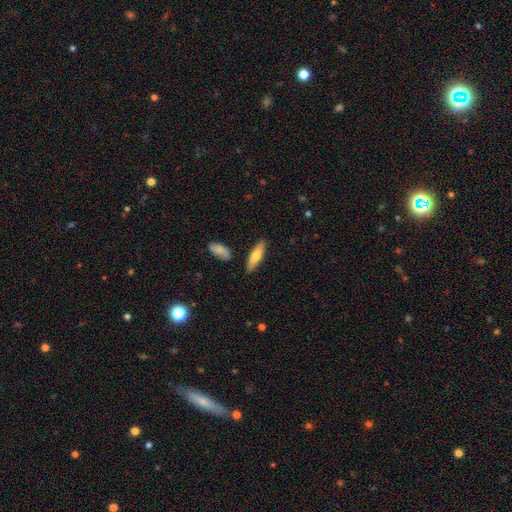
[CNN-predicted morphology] smooth 67%, featured or disk 27%, star or artifact 6%. Down the decision tree: how rounded — cigar-shaped (59%); merging — none (84%).